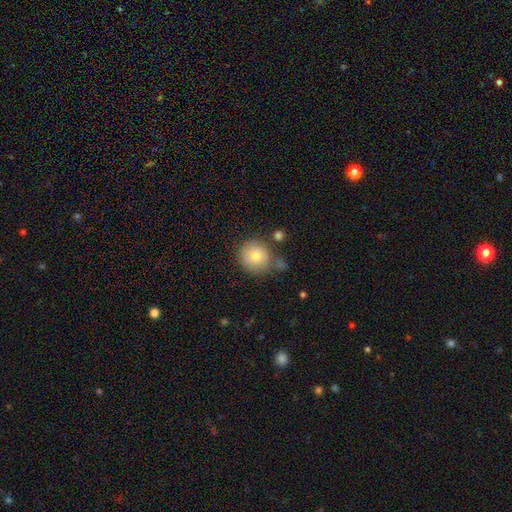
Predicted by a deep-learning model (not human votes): Smooth or featured?
  - smooth: 77% *
  - featured or disk: 13%
  - star or artifact: 10%
How rounded?
  - round: 91% *
  - in between: 8%
  - cigar-shaped: 1%
Merging?
  - none: 71% *
  - minor disturbance: 15%
  - merger: 10%
  - major disturbance: 4%